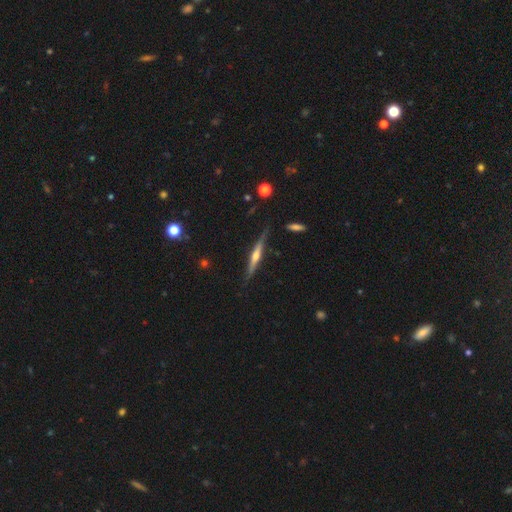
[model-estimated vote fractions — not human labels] A featured or disk galaxy (72%) viewed edge-on (97%) with a rounded central bulge (81%).

Vote fractions:
- Smooth or featured? featured or disk: 72% / smooth: 22% / star or artifact: 6%
- Edge-on disk? yes: 97% / no: 3%
- Edge-on bulge? rounded: 81% / none: 12% / boxy: 8%
- Merging? none: 80% / minor disturbance: 15% / major disturbance: 3% / merger: 2%